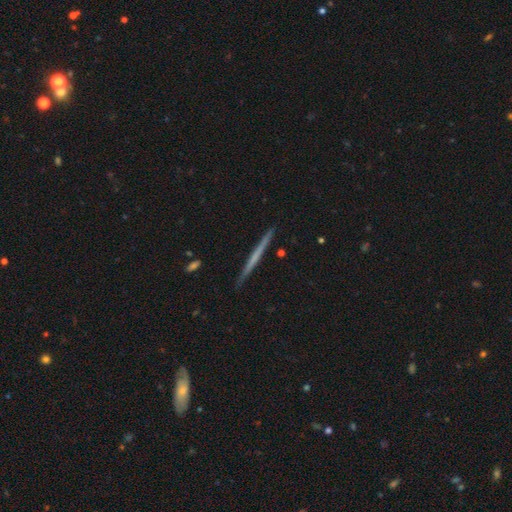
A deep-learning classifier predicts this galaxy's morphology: Smooth or featured? Predicted: featured or disk (p=0.53). Edge-on disk? Predicted: yes (p=0.98). Edge-on bulge? Predicted: none (p=0.90). Merging? Predicted: none (p=0.92).